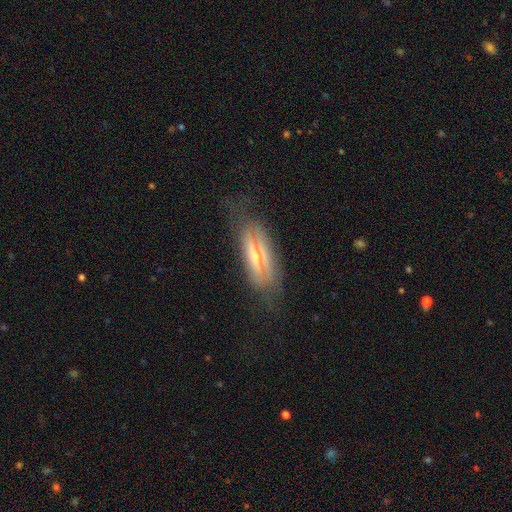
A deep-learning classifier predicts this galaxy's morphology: Smooth or featured?
  - featured or disk: 62% *
  - smooth: 29%
  - star or artifact: 9%
Edge-on disk?
  - yes: 72% *
  - no: 28%
Merging?
  - none: 65% *
  - minor disturbance: 22%
  - major disturbance: 11%
  - merger: 2%